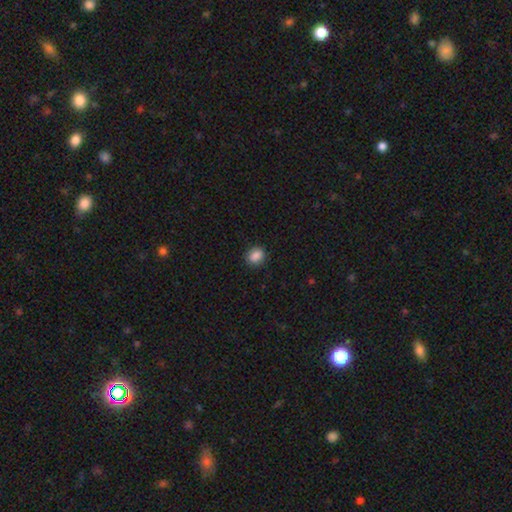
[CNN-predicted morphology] type=smooth (87%); roundness=round (61%); merging=none (89%).